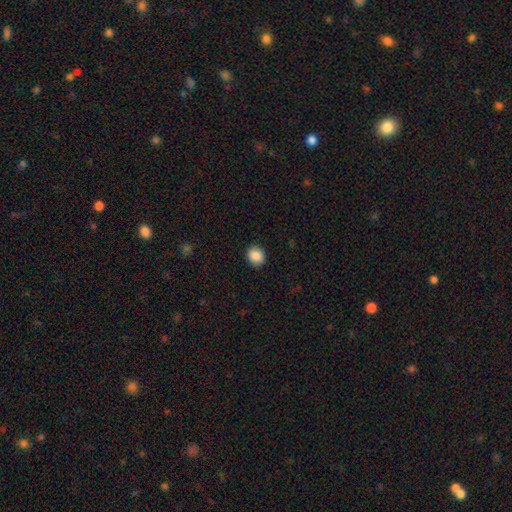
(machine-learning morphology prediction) smooth-or-featured: smooth: 88% | star or artifact: 8% | featured or disk: 3%
  how-rounded: round: 68% | in between: 31% | cigar-shaped: 1%
  merging: none: 90% | minor disturbance: 7% | major disturbance: 2% | merger: 1%